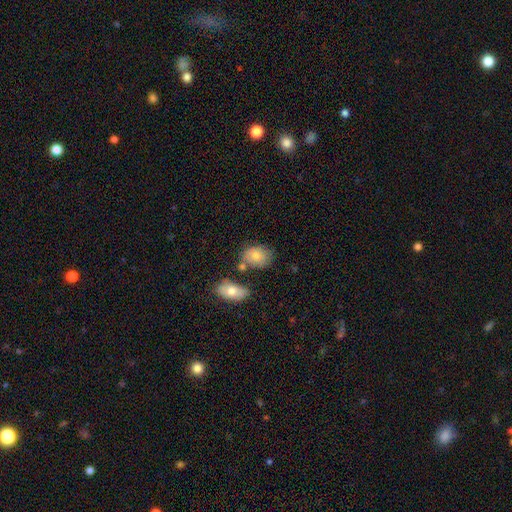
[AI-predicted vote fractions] Smooth or featured: smooth — 79% (featured or disk — 14%)
How rounded: in between — 74% (round — 25%)
Merging: none — 58% (minor disturbance — 19%)